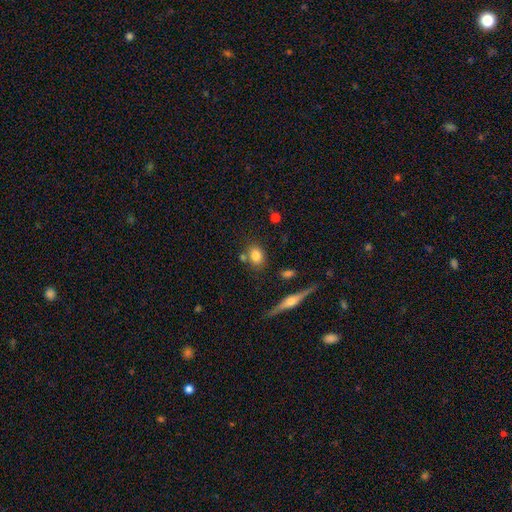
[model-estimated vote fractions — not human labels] Smooth or featured? smooth (79%)
How rounded? in between (56%)
Merging? none (72%)